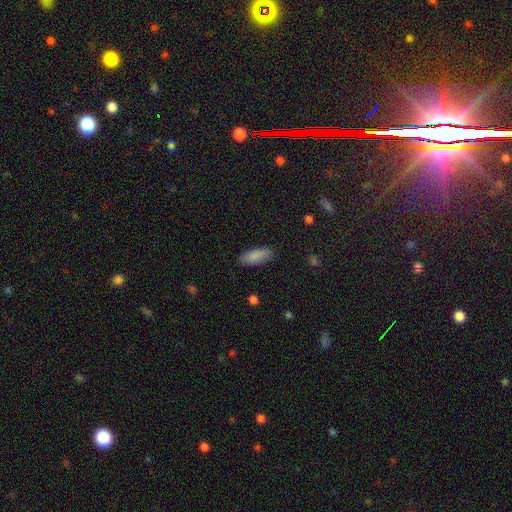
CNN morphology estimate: A smooth galaxy with no disk features (88%) that is in between round and cigar-shaped (73%).

Vote fractions:
- Smooth or featured? smooth: 88% / star or artifact: 6% / featured or disk: 6%
- How rounded? in between: 73% / cigar-shaped: 25% / round: 2%
- Merging? none: 87% / minor disturbance: 10% / major disturbance: 2% / merger: 1%